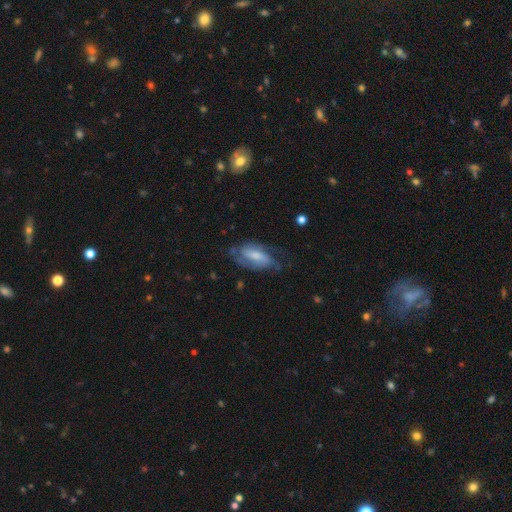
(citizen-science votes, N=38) A featured or disk galaxy (74%) with a weak bar (37%, tied with no), 2 (48%) medium (52%) spiral arms (93%) and a moderate central bulge (33%, tied with small). Merging: none (65%).